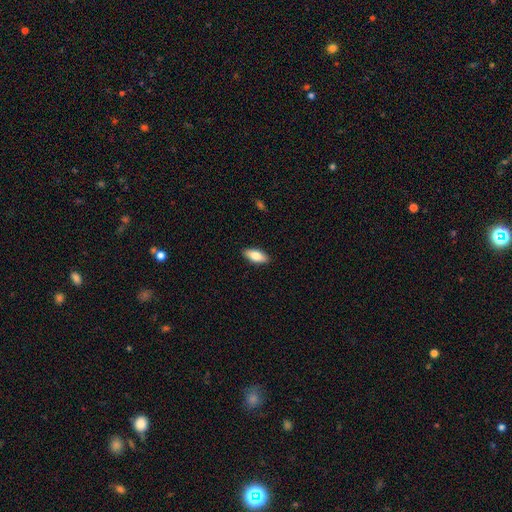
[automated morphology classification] A smooth galaxy with no disk features (81%) that is in between round and cigar-shaped (82%).

Vote fractions:
- Smooth or featured? smooth: 81% / featured or disk: 13% / star or artifact: 6%
- How rounded? in between: 82% / cigar-shaped: 16% / round: 2%
- Merging? none: 89% / minor disturbance: 8% / major disturbance: 2% / merger: 1%